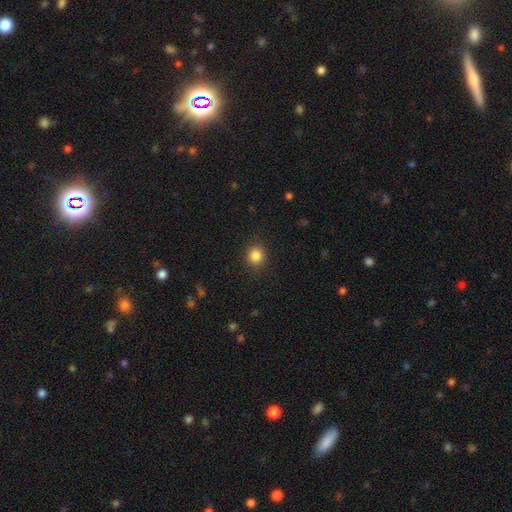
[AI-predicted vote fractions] A smooth galaxy with no disk features (85%) that is round (85%).

Vote fractions:
- Smooth or featured? smooth: 85% / star or artifact: 11% / featured or disk: 4%
- How rounded? round: 85% / in between: 14% / cigar-shaped: 1%
- Merging? none: 88% / minor disturbance: 9% / major disturbance: 3% / merger: 1%